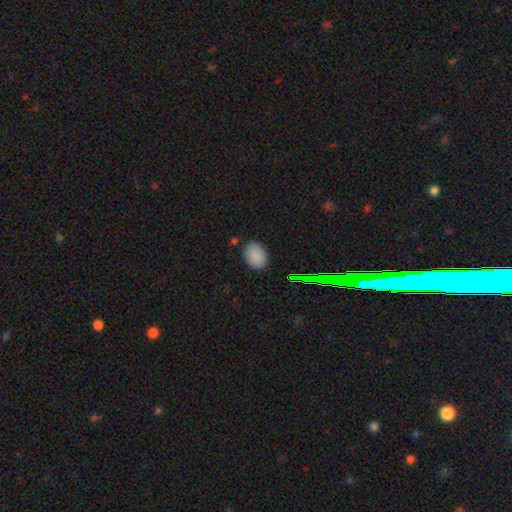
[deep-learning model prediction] smooth 85%, star or artifact 11%, featured or disk 4%. Down the decision tree: how rounded — in between (68%); merging — none (85%).